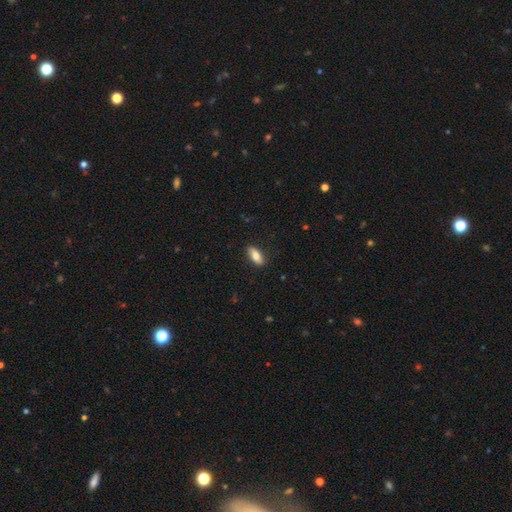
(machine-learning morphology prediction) A smooth galaxy with no disk features (79%) that is in between round and cigar-shaped (79%).

Vote fractions:
- Smooth or featured? smooth: 79% / featured or disk: 15% / star or artifact: 6%
- How rounded? in between: 79% / cigar-shaped: 18% / round: 3%
- Merging? none: 86% / minor disturbance: 11% / major disturbance: 2% / merger: 1%